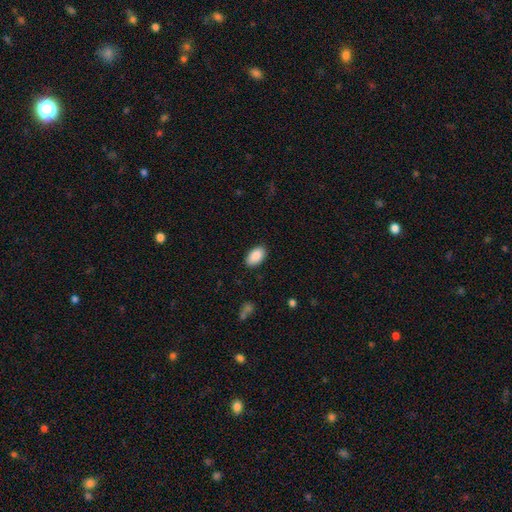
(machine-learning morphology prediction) type=smooth (90%); roundness=in between (94%); merging=none (87%).